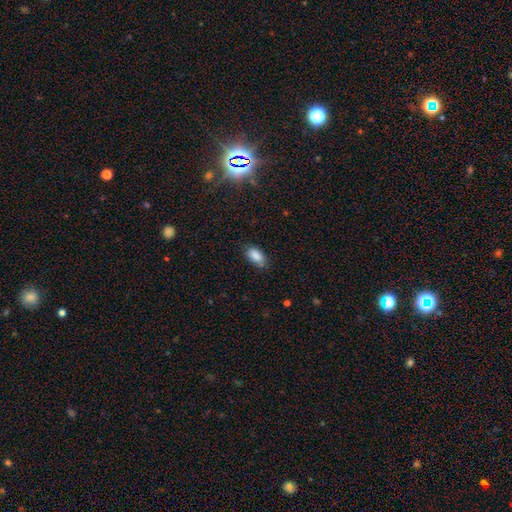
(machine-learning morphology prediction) Smooth or featured? smooth (87%)
How rounded? in between (92%)
Merging? none (77%)